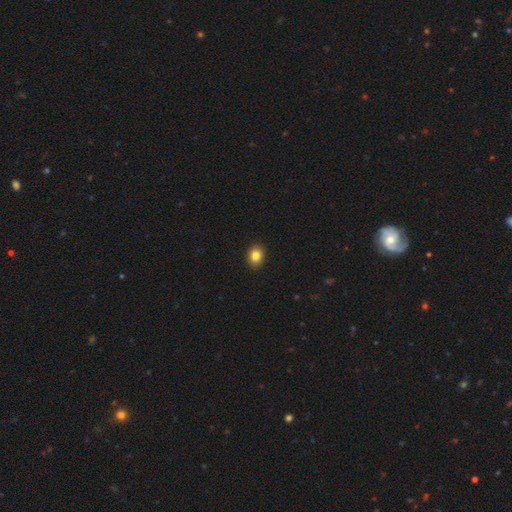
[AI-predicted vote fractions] A smooth galaxy with no disk features (84%) that is in between round and cigar-shaped (50%).

Vote fractions:
- Smooth or featured? smooth: 84% / star or artifact: 10% / featured or disk: 6%
- How rounded? in between: 50% / round: 49% / cigar-shaped: 1%
- Merging? none: 91% / minor disturbance: 6% / major disturbance: 2% / merger: 1%